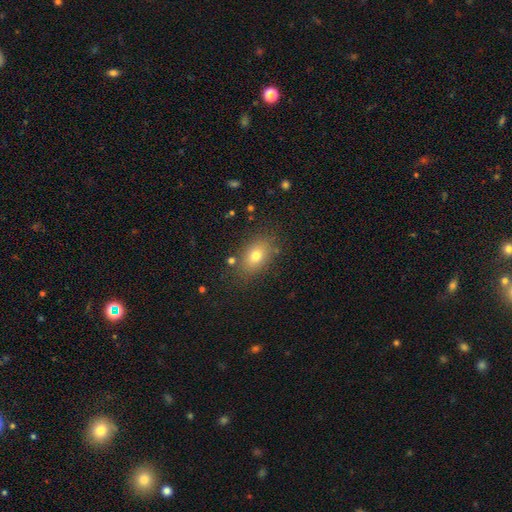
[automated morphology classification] A smooth galaxy with no disk features (74%) that is in between round and cigar-shaped (80%).

Vote fractions:
- Smooth or featured? smooth: 74% / featured or disk: 14% / star or artifact: 12%
- How rounded? in between: 80% / round: 18% / cigar-shaped: 2%
- Merging? none: 82% / minor disturbance: 11% / major disturbance: 4% / merger: 3%